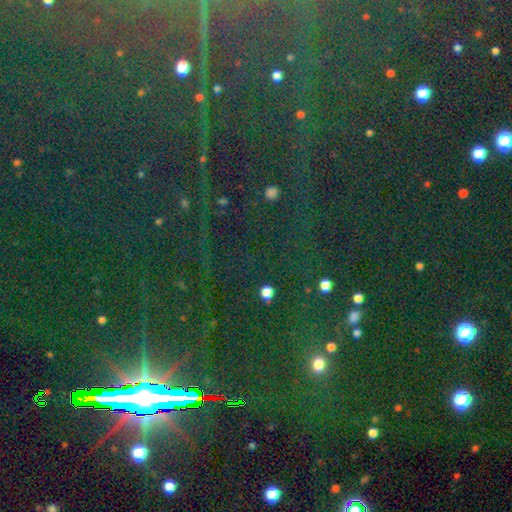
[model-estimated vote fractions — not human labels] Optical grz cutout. It shows a star or artifact, not a galaxy (83%).